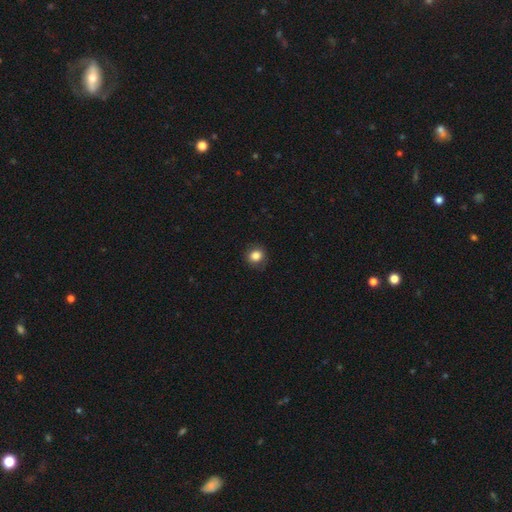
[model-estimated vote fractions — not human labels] Smooth or featured: smooth — 85% (star or artifact — 10%)
How rounded: round — 74% (in between — 25%)
Merging: none — 85% (minor disturbance — 11%)